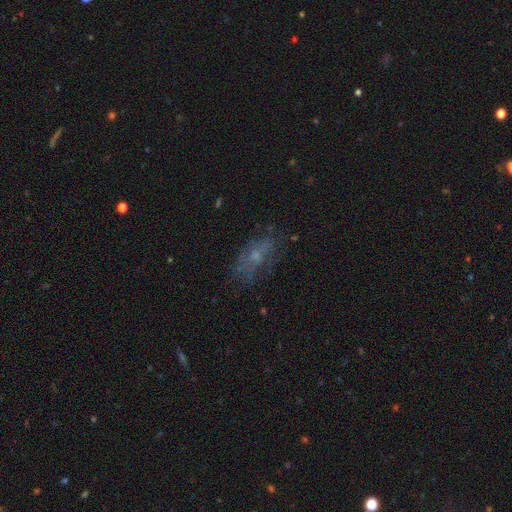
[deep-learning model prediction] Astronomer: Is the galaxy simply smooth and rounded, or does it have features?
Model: featured or disk — 42% (runner-up: smooth, 41%).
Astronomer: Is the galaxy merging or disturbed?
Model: none — 60%.